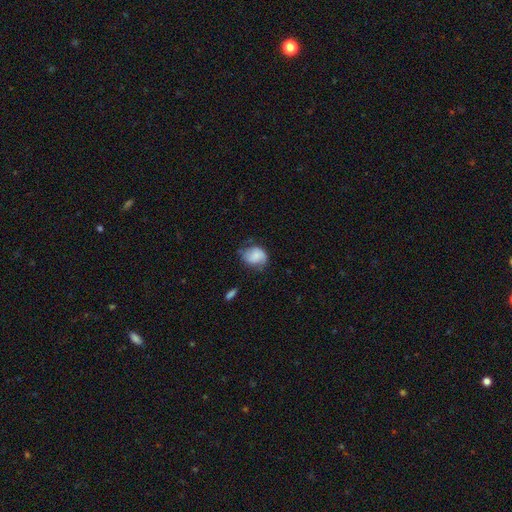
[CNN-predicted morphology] Smooth or featured: smooth — 63% (featured or disk — 29%)
How rounded: round — 53% (in between — 46%)
Merging: none — 51% (minor disturbance — 34%)